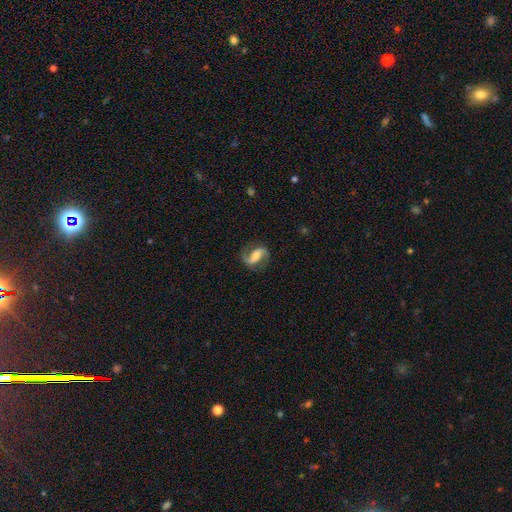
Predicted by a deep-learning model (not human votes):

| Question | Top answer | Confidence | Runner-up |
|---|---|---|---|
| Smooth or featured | featured or disk | 86% | smooth (9%) |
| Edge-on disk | no | 97% | yes (3%) |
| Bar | strong | 46% | weak (34%) |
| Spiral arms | yes | 96% | no (4%) |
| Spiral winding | medium | 49% | loose (36%) |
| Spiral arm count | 2 | 92% | 1 (3%) |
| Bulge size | moderate | 53% | small (29%) |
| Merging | none | 82% | minor disturbance (12%) |